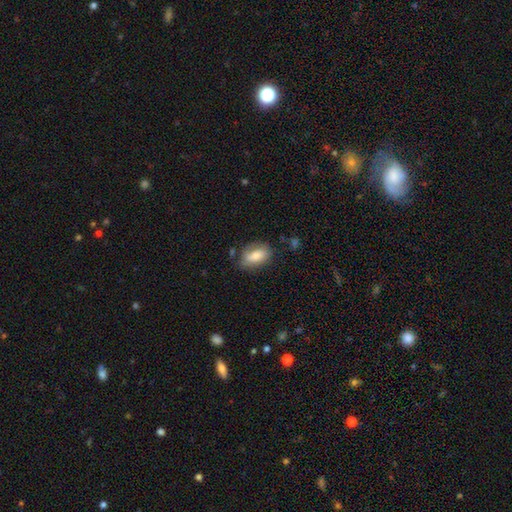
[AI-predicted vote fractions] Overall: smooth (72%). How rounded: in between (88%). Merging: none (67%).